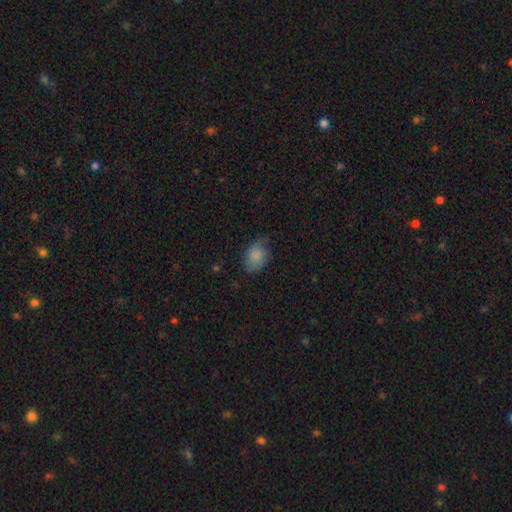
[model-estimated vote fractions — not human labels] The model was most divided on "merging": none: 63%, minor disturbance: 28%, major disturbance: 8%, merger: 1%. More confident: smooth or featured — smooth (81%); how rounded — in between (73%).